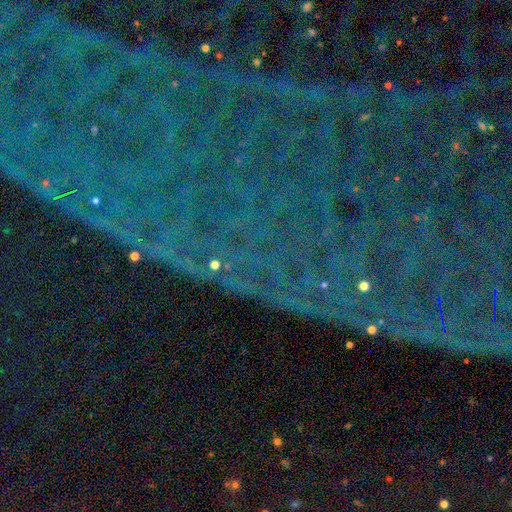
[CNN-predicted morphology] star or artifact 85%, featured or disk 8%, smooth 7%.